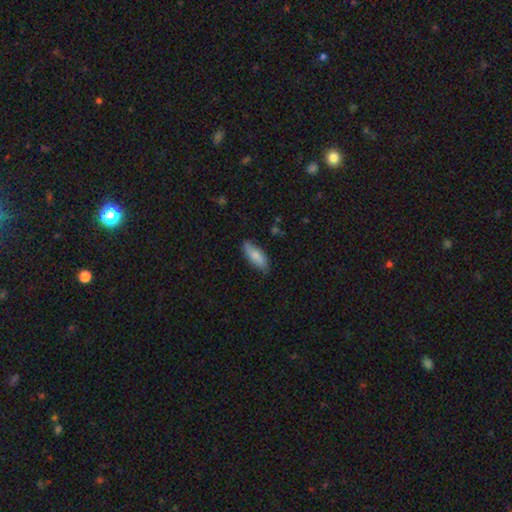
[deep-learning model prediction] smooth 78%, featured or disk 16%, star or artifact 6%. Down the decision tree: how rounded — in between (72%); merging — none (77%).